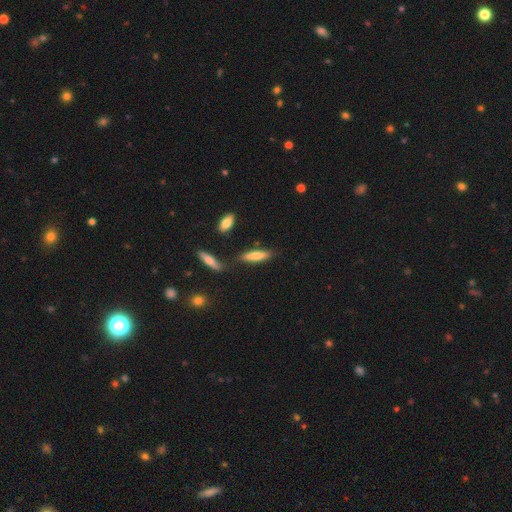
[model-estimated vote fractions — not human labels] Smooth or featured: smooth — 76% (featured or disk — 17%)
How rounded: cigar-shaped — 70% (in between — 29%)
Merging: none — 75% (minor disturbance — 15%)